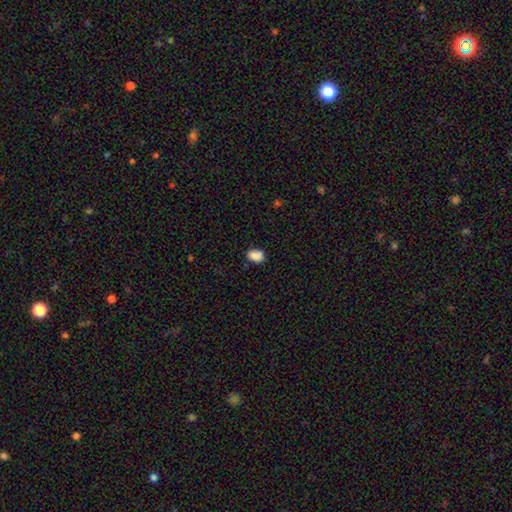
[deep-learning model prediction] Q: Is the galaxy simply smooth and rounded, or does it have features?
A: smooth — 88%.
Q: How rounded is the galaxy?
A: in between — 78%.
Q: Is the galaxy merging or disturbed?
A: none — 78%.